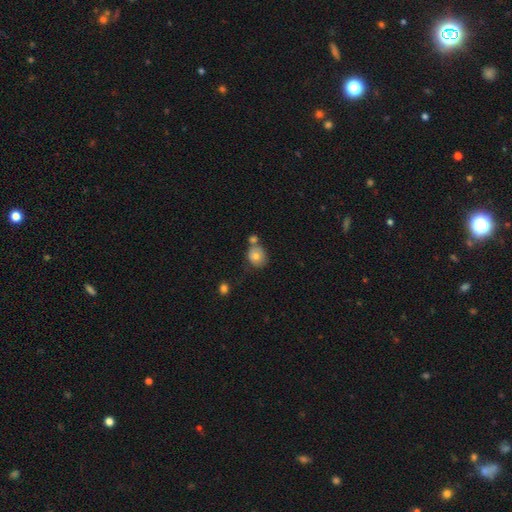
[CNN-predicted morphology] Smooth or featured?
  - smooth: 75% *
  - featured or disk: 16%
  - star or artifact: 9%
How rounded?
  - round: 70% *
  - in between: 29%
  - cigar-shaped: 1%
Merging?
  - none: 50% *
  - merger: 27%
  - minor disturbance: 17%
  - major disturbance: 5%